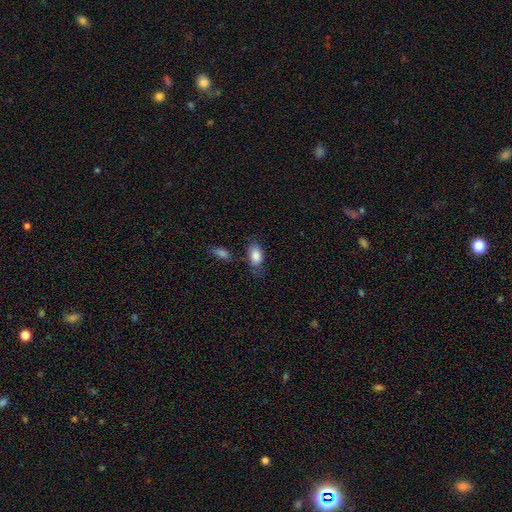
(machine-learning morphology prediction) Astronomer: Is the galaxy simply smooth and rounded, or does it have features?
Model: smooth — 85%.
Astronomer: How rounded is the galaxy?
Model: in between — 90%.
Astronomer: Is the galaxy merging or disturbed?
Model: none — 65%.